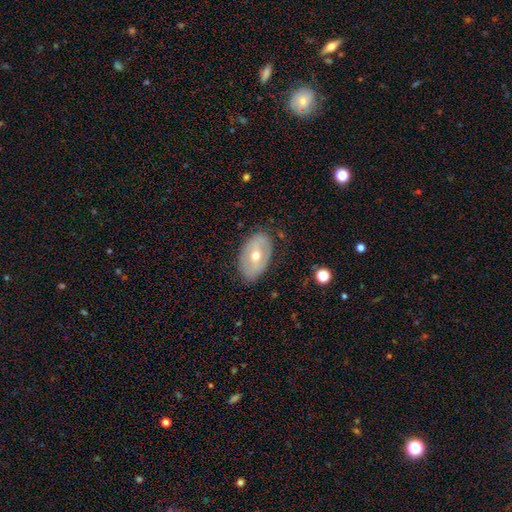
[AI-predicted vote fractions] This appears to be a featured or disk galaxy (48%). Merging: none (80%).